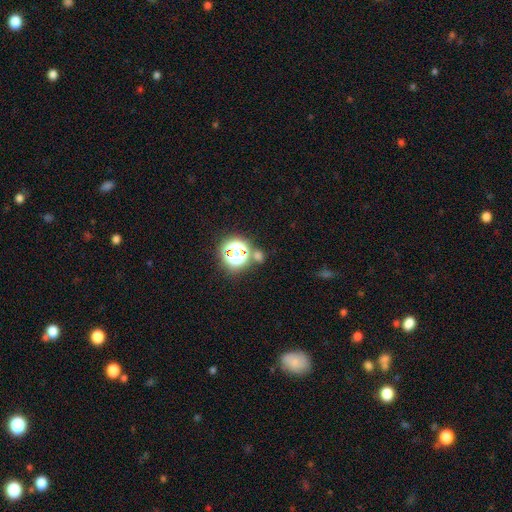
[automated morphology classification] Smooth or featured? Predicted: star or artifact (p=0.60).